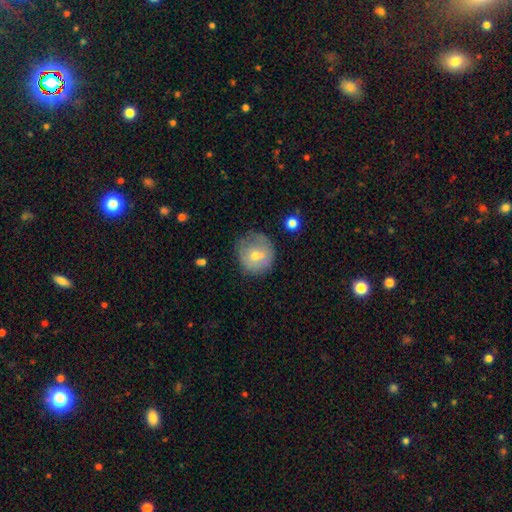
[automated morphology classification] A smooth galaxy with no disk features (64%) that is round (85%). Merging: none (59%).